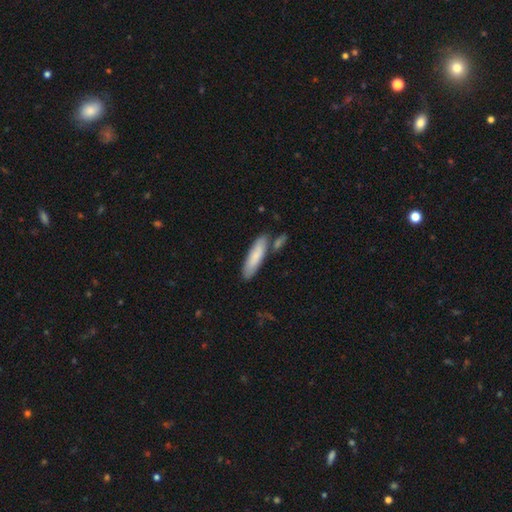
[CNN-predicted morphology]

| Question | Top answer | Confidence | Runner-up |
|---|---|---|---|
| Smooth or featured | smooth | 78% | featured or disk (17%) |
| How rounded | cigar-shaped | 74% | in between (25%) |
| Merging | none | 74% | minor disturbance (13%) |